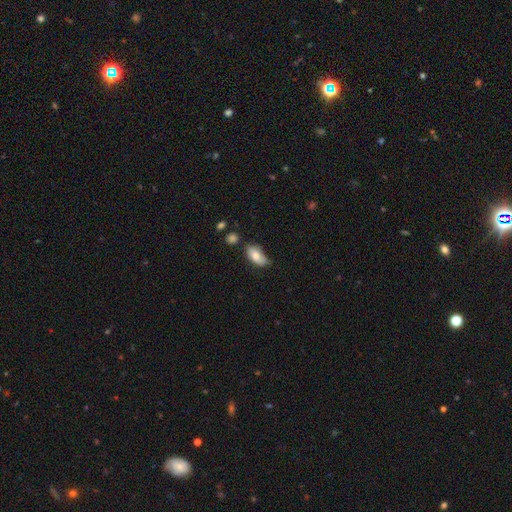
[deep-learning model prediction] A smooth galaxy with no disk features (76%) that is in between round and cigar-shaped (91%). Merging: none (59%).